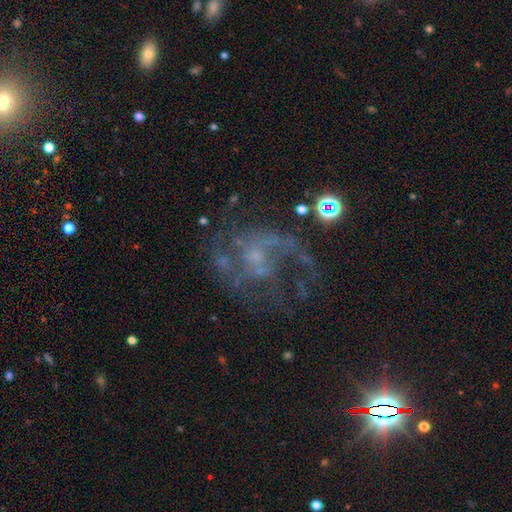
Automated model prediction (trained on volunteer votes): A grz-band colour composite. It shows a featured or disk galaxy (72%) with no bar (63%), 2 (46%) medium (43%) spiral arms (80%) and a small central bulge (51%). Merging: none (48%).